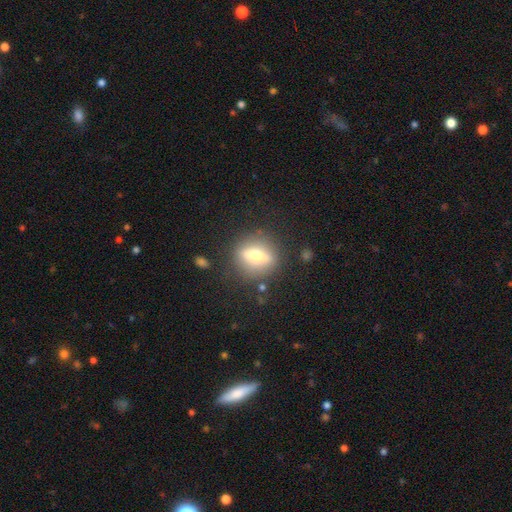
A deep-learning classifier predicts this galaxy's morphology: Smooth or featured? Predicted: featured or disk (p=0.45, tied with smooth). Merging? Predicted: none (p=0.80).